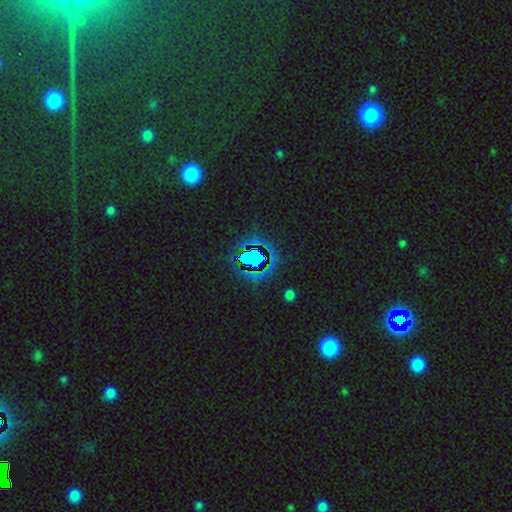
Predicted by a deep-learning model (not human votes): smooth-or-featured: star or artifact: 77% | smooth: 14% | featured or disk: 9%